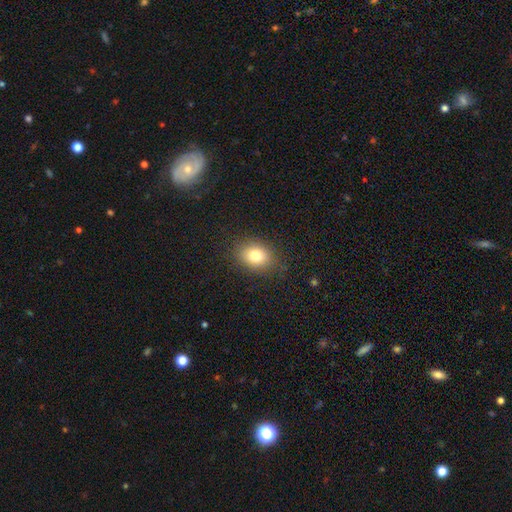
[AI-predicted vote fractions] Smooth or featured? smooth (80%)
How rounded? in between (63%)
Merging? none (86%)